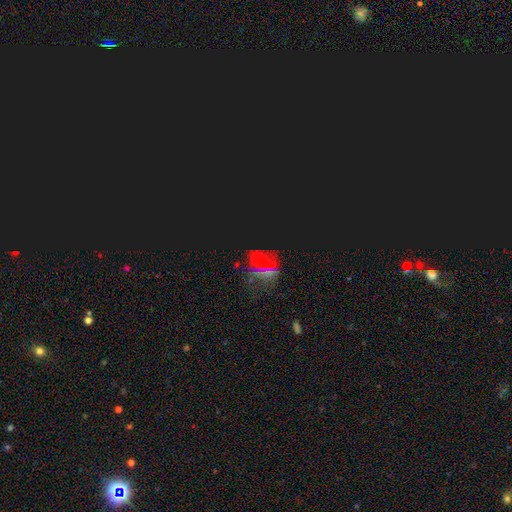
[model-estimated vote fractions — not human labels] Smooth or featured? star or artifact (59%)